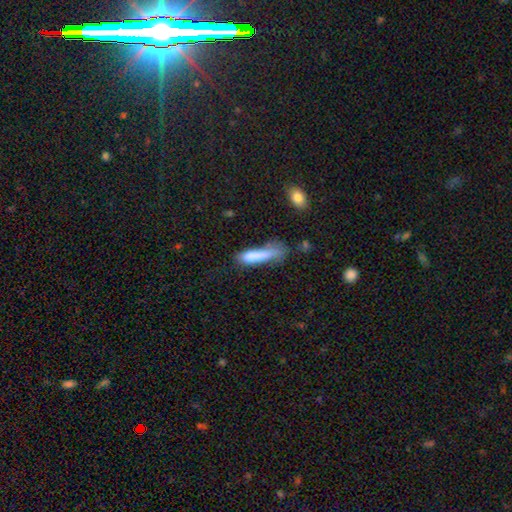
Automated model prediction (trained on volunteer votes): Morphology: type=smooth (78%); roundness=cigar-shaped (81%); merging=none (41%).